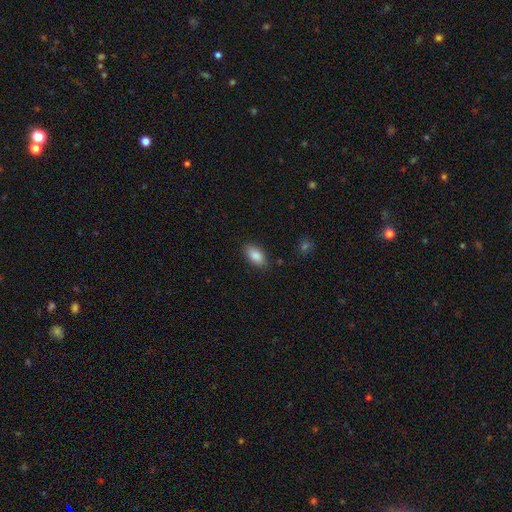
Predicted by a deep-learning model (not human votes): Smooth or featured? Predicted: smooth (p=0.87). How rounded? Predicted: in between (p=0.92). Merging? Predicted: none (p=0.85).